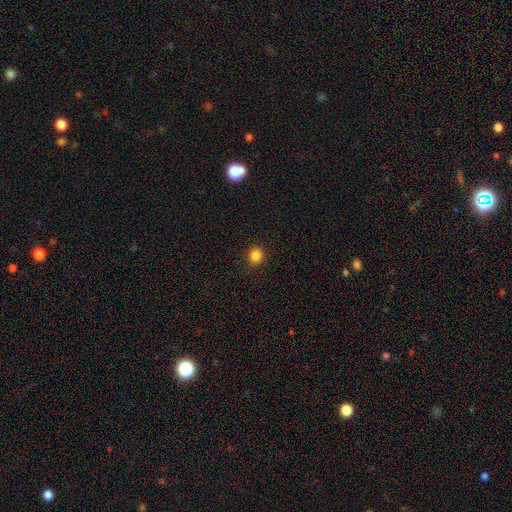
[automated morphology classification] Smooth or featured: smooth — 83% (star or artifact — 13%)
How rounded: round — 89% (in between — 10%)
Merging: none — 92% (minor disturbance — 5%)